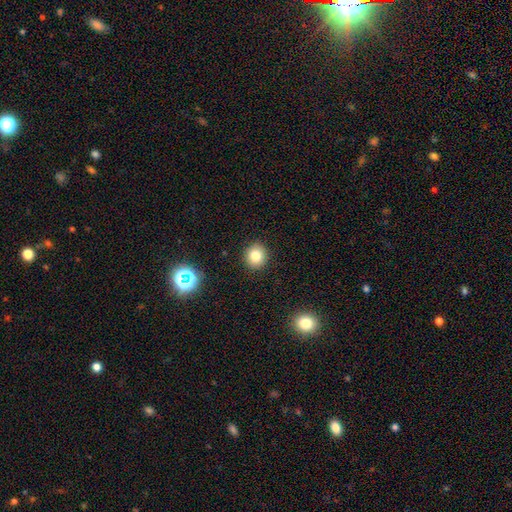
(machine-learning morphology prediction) The model was most divided on "smooth or featured": smooth: 79%, star or artifact: 13%, featured or disk: 8%. More confident: merging — none (91%); how rounded — round (84%).